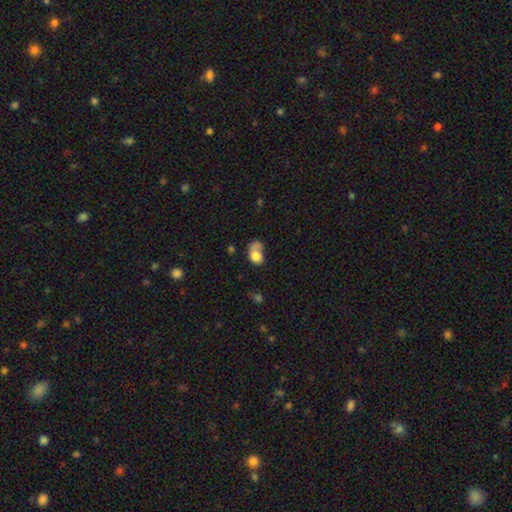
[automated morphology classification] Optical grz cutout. It shows a smooth galaxy with no disk features (75%) that is in between round and cigar-shaped (67%). Merging: major disturbance (28%).